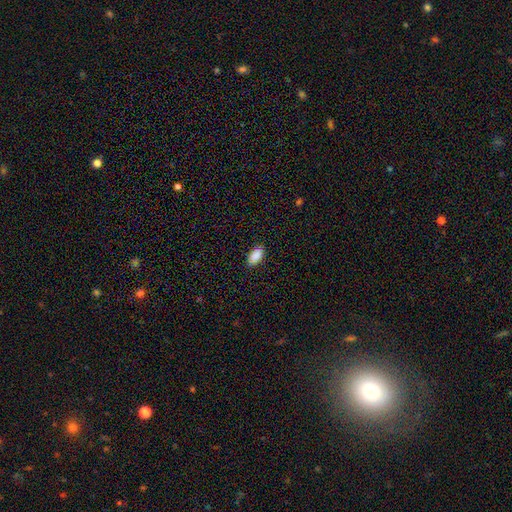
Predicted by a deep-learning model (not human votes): Smooth or featured? smooth (89%)
How rounded? in between (93%)
Merging? none (84%)